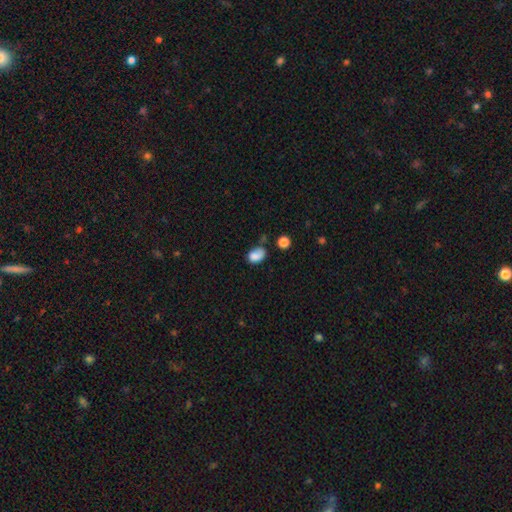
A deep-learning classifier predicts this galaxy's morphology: smooth_or_featured: smooth (p=0.82) [alt: star or artifact p=0.10]
how_rounded: in between (p=0.78) [alt: round p=0.20]
merging: none (p=0.42) [alt: minor disturbance p=0.33]